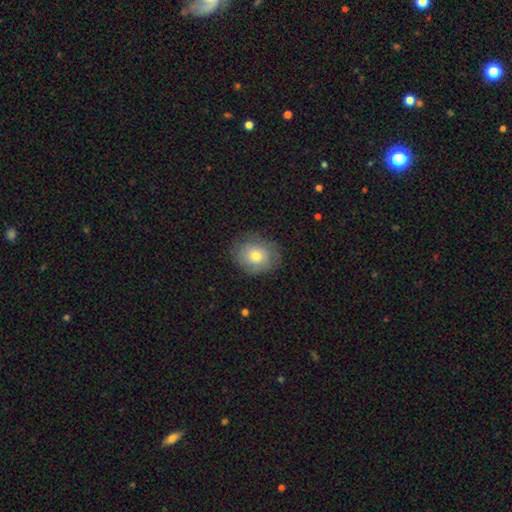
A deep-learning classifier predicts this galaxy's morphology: This is likely a smooth galaxy (70%). How rounded: likely round (64%). Merging: likely none (79%).